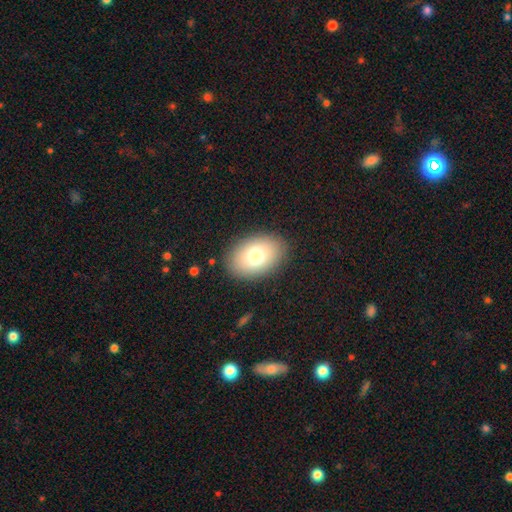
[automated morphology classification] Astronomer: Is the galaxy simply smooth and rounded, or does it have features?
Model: smooth — 76%.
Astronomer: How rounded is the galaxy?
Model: in between — 83%.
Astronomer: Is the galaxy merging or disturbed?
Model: none — 87%.